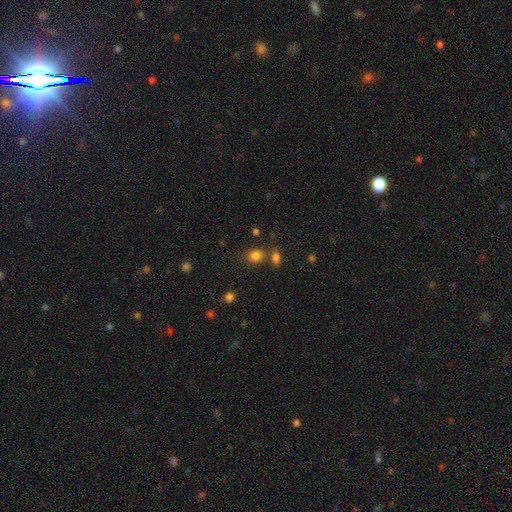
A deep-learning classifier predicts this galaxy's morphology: The model was most divided on "how rounded": round: 64%, in between: 35%, cigar-shaped: 1%. More confident: smooth or featured — smooth (81%); merging — none (63%).